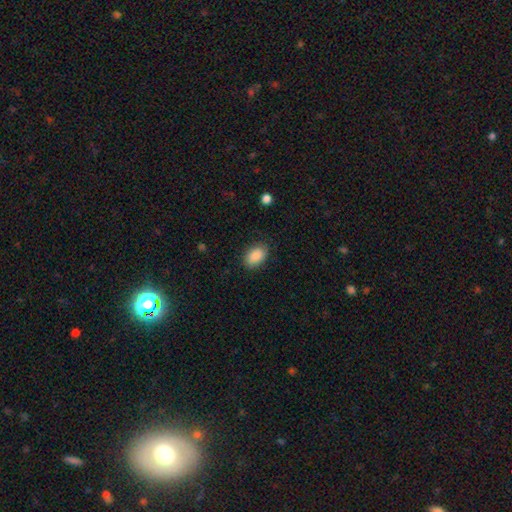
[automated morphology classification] smooth-or-featured: smooth: 89% | star or artifact: 7% | featured or disk: 4%
  how-rounded: in between: 87% | round: 12% | cigar-shaped: 1%
  merging: none: 82% | minor disturbance: 13% | major disturbance: 3% | merger: 1%